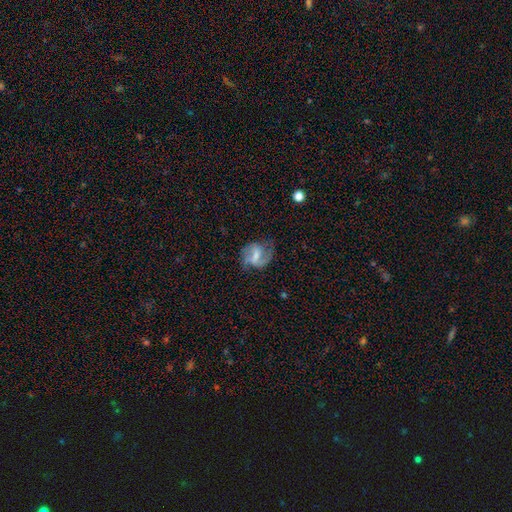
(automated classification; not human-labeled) smooth_or_featured: featured or disk (p=0.71) [alt: smooth p=0.22]
disk_edge_on: no (p=0.97) [alt: yes p=0.03]
bar: weak (p=0.49) [alt: strong p=0.35]
has_spiral_arms: yes (p=0.89) [alt: no p=0.11]
spiral_winding: medium (p=0.49) [alt: loose p=0.31]
spiral_arm_count: 2 (p=0.82) [alt: can't tell p=0.08]
bulge_size: small (p=0.38) [alt: moderate p=0.37]
merging: none (p=0.62) [alt: minor disturbance p=0.23]